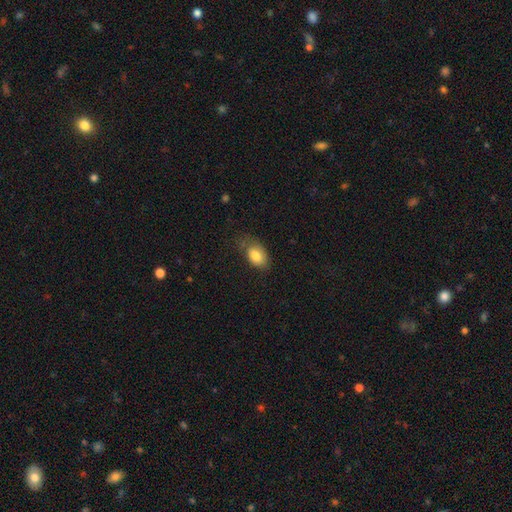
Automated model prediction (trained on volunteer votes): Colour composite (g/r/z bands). It shows a smooth galaxy with no disk features (81%) that is in between round and cigar-shaped (87%). Merging: none (56%).